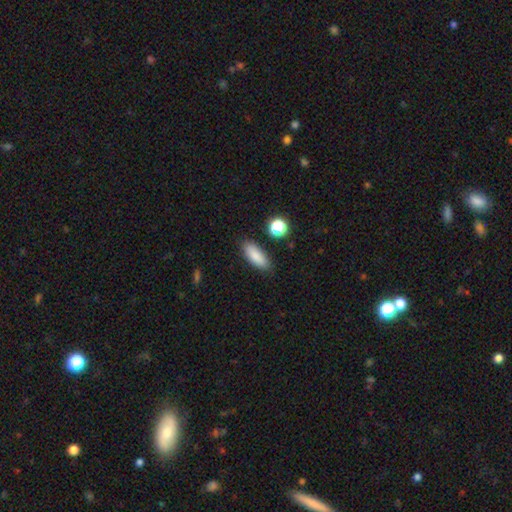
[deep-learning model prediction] This appears to be a smooth galaxy with no disk features (85%) that is in between round and cigar-shaped (71%). Merging: none (84%).